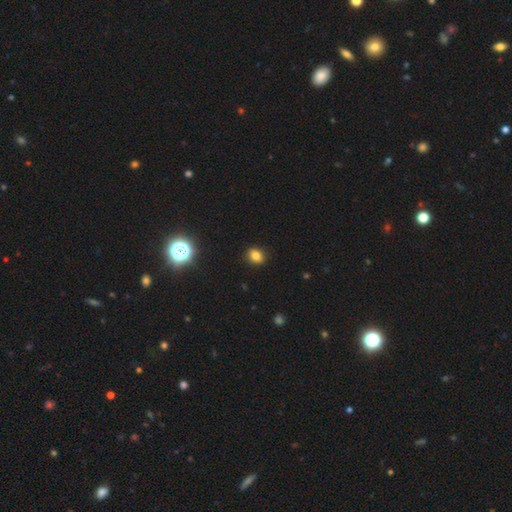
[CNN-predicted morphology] A smooth galaxy with no disk features (80%) that is in between round and cigar-shaped (50%).

Vote fractions:
- Smooth or featured? smooth: 80% / star or artifact: 14% / featured or disk: 6%
- How rounded? in between: 50% / round: 49% / cigar-shaped: 1%
- Merging? none: 89% / minor disturbance: 7% / major disturbance: 2% / merger: 1%